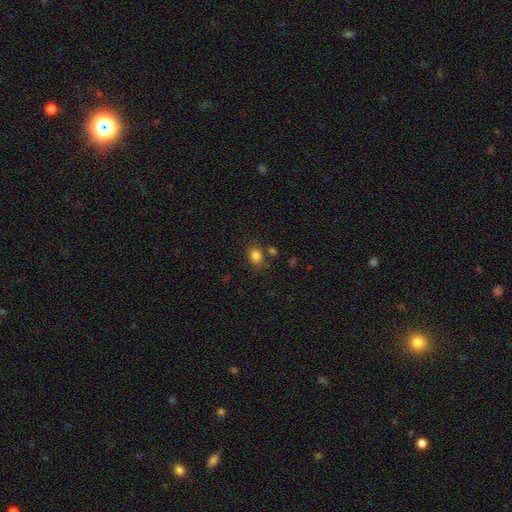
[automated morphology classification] smooth 83%, star or artifact 11%, featured or disk 6%. Down the decision tree: how rounded — in between (50%); merging — none (72%).